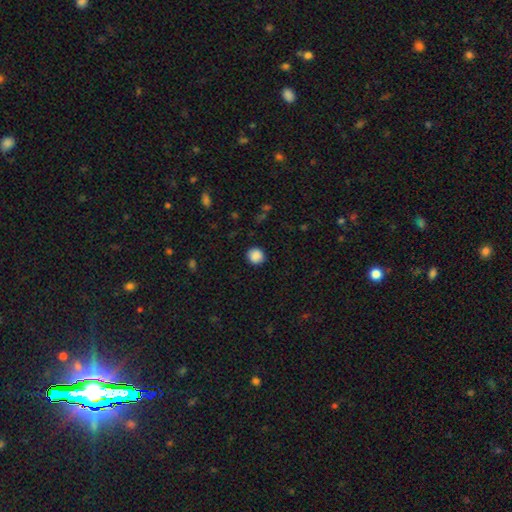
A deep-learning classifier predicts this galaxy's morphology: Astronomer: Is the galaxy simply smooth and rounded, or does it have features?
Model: smooth — 88%.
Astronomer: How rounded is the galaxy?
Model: round — 92%.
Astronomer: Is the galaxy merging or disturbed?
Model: none — 91%.